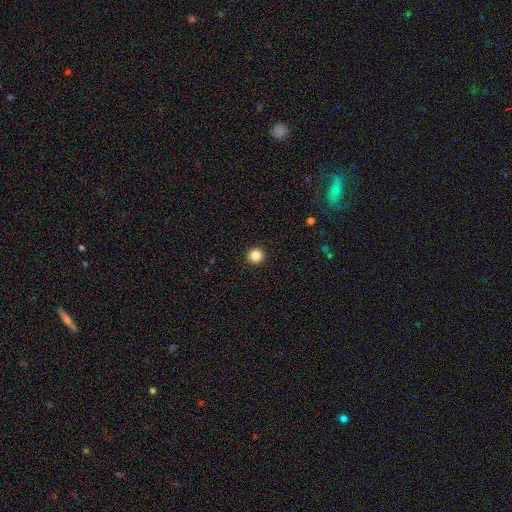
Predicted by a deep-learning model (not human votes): Smooth or featured: smooth — 85% (star or artifact — 11%)
How rounded: round — 96% (in between — 3%)
Merging: none — 94% (minor disturbance — 4%)